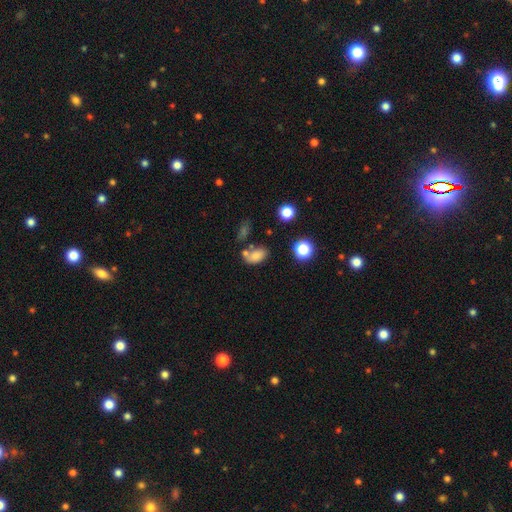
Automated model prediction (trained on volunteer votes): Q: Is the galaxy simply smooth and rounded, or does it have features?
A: smooth — 77%.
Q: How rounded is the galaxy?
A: in between — 84%.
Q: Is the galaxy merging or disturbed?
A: none — 48%.